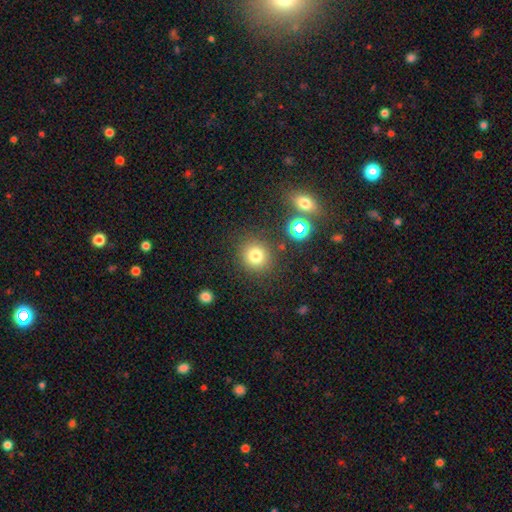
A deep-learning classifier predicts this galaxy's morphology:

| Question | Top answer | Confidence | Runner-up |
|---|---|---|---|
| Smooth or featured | smooth | 78% | star or artifact (15%) |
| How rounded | round | 91% | in between (8%) |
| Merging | none | 85% | minor disturbance (8%) |